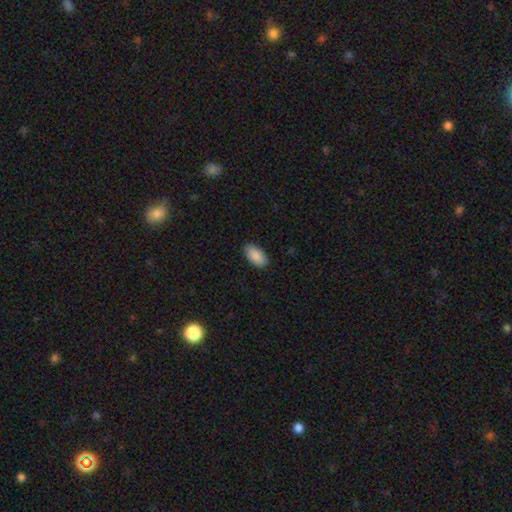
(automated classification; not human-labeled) Smooth or featured?
  - smooth: 90% *
  - star or artifact: 6%
  - featured or disk: 4%
How rounded?
  - in between: 95% *
  - cigar-shaped: 3%
  - round: 2%
Merging?
  - none: 87% *
  - minor disturbance: 10%
  - major disturbance: 2%
  - merger: 1%